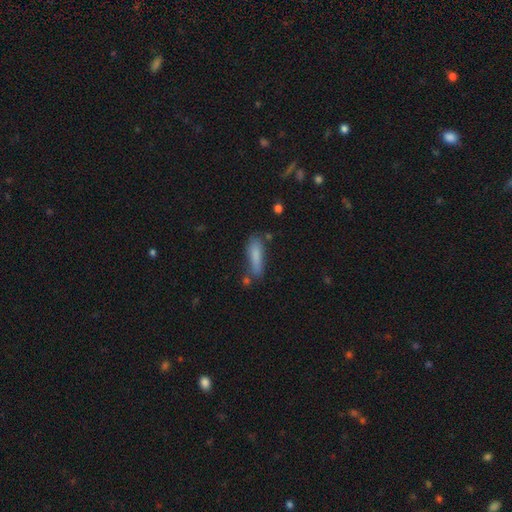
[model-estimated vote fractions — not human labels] Smooth or featured? smooth (80%)
How rounded? cigar-shaped (69%)
Merging? none (62%)